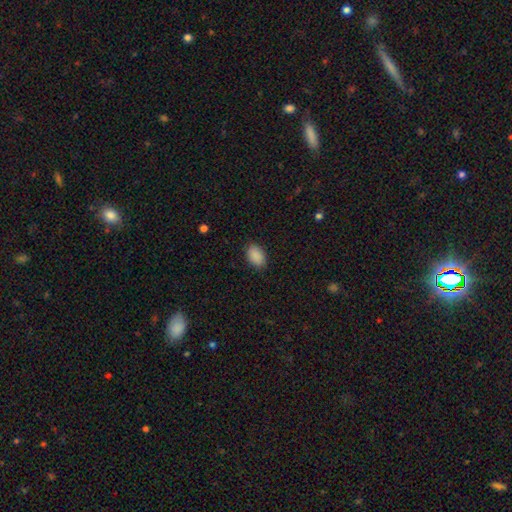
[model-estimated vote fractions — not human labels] Smooth or featured: smooth — 90% (star or artifact — 8%)
How rounded: in between — 89% (round — 10%)
Merging: none — 86% (minor disturbance — 10%)